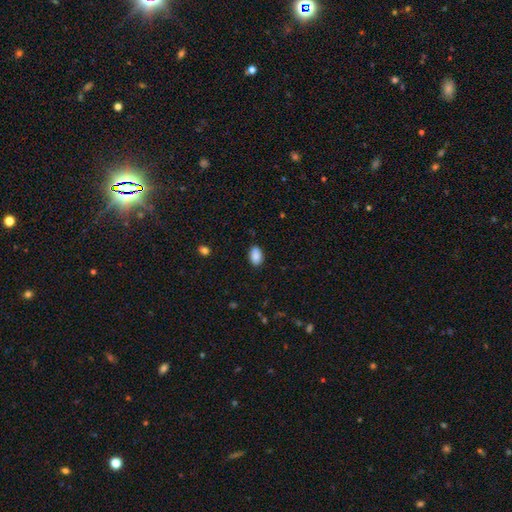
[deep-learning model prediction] This is clearly a smooth galaxy (88%). How rounded: clearly in between (88%). Merging: clearly none (81%).